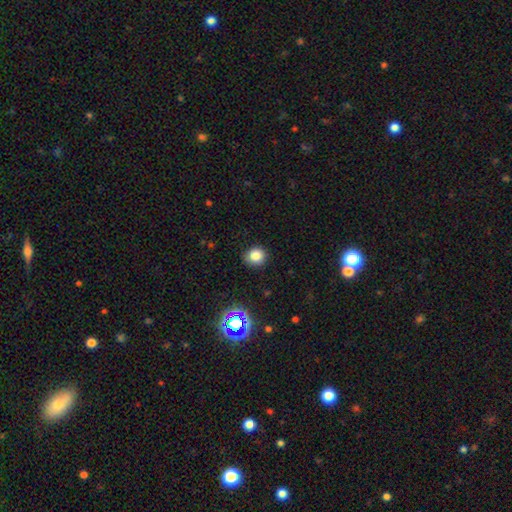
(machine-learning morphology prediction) The model was most divided on "smooth or featured": smooth: 81%, star or artifact: 13%, featured or disk: 5%. More confident: merging — none (86%); how rounded — round (86%).